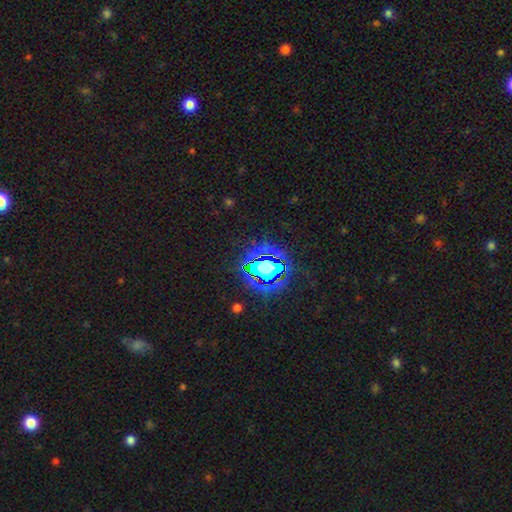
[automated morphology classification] The model was most divided on "smooth or featured": star or artifact: 82%, smooth: 12%, featured or disk: 7%.